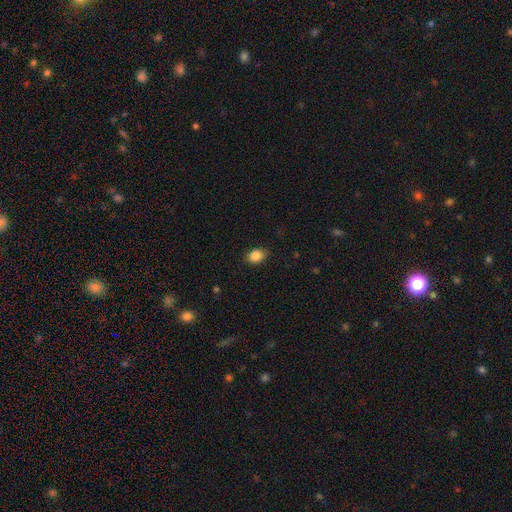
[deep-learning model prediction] Smooth or featured? smooth (86%)
How rounded? in between (67%)
Merging? none (84%)